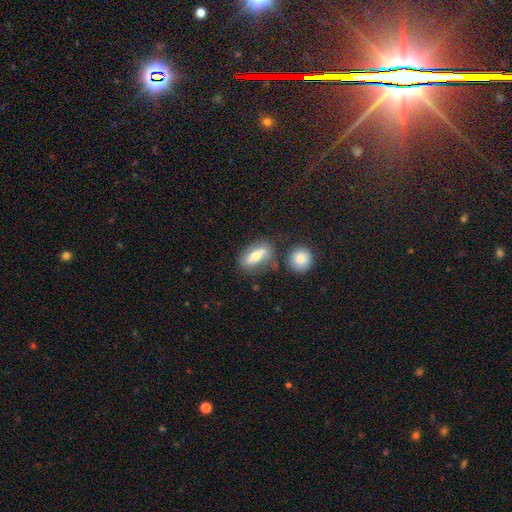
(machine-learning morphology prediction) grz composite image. It shows a smooth galaxy with no disk features (56%) that is in between round and cigar-shaped (75%). Merging: none (65%).